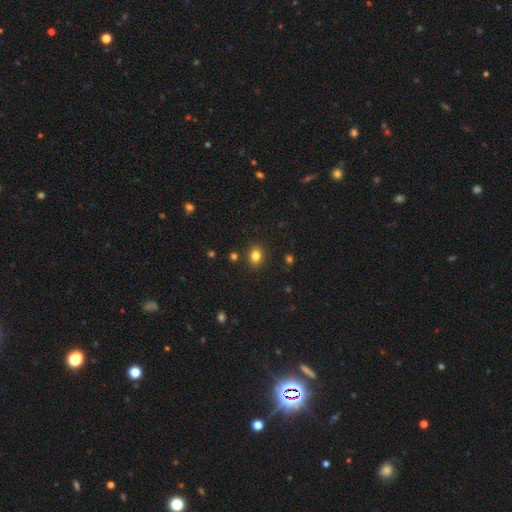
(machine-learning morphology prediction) smooth_or_featured: smooth (p=0.82) [alt: star or artifact p=0.12]
how_rounded: in between (p=0.61) [alt: round p=0.38]
merging: none (p=0.86) [alt: minor disturbance p=0.09]